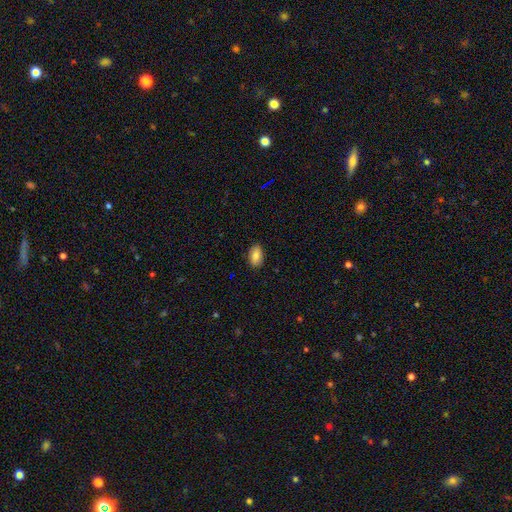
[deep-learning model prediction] Smooth or featured?
  - smooth: 81% *
  - featured or disk: 11%
  - star or artifact: 8%
How rounded?
  - in between: 90% *
  - round: 8%
  - cigar-shaped: 2%
Merging?
  - none: 86% *
  - minor disturbance: 11%
  - major disturbance: 2%
  - merger: 1%